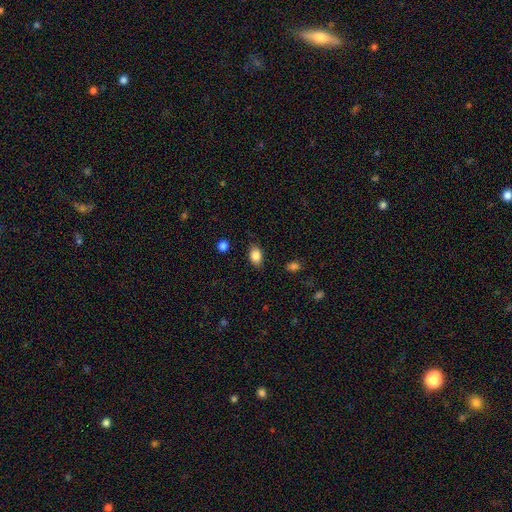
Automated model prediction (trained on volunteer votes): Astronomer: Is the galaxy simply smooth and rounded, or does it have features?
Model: smooth — 85%.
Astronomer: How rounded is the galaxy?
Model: in between — 81%.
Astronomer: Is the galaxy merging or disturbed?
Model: none — 84%.